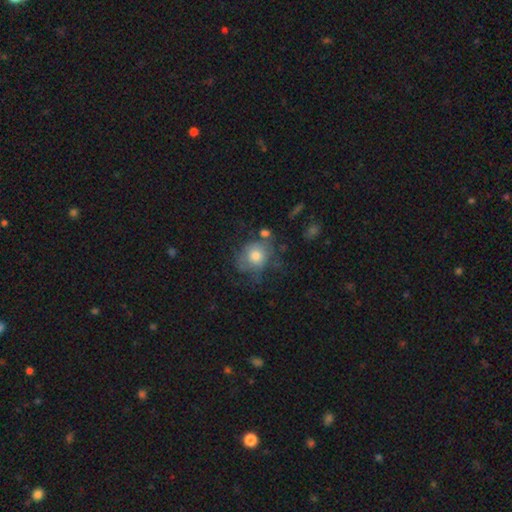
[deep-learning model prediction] The model was most divided on "merging": none: 49%, minor disturbance: 26%, major disturbance: 18%, merger: 7%. More confident: how rounded — round (72%); smooth or featured — smooth (68%).